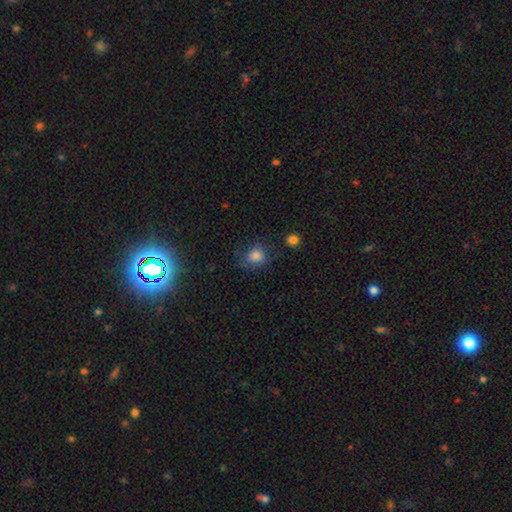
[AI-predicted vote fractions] smooth_or_featured: smooth (p=0.82) [alt: star or artifact p=0.11]
how_rounded: round (p=0.72) [alt: in between p=0.27]
merging: none (p=0.65) [alt: minor disturbance p=0.22]